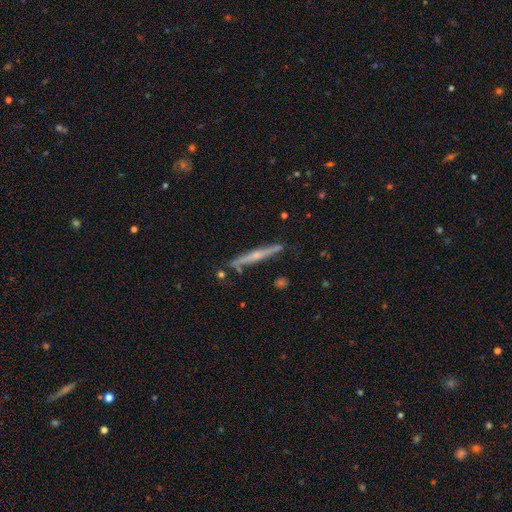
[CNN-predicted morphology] Smooth or featured? featured or disk (70%)
Edge-on disk? yes (97%)
Edge-on bulge? rounded (70%)
Merging? none (85%)